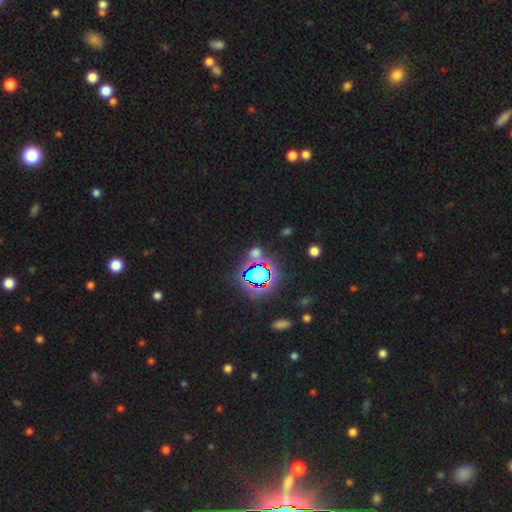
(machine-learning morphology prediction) Q: Smooth or featured?
A: star or artifact (73%); runner-up: smooth (18%)